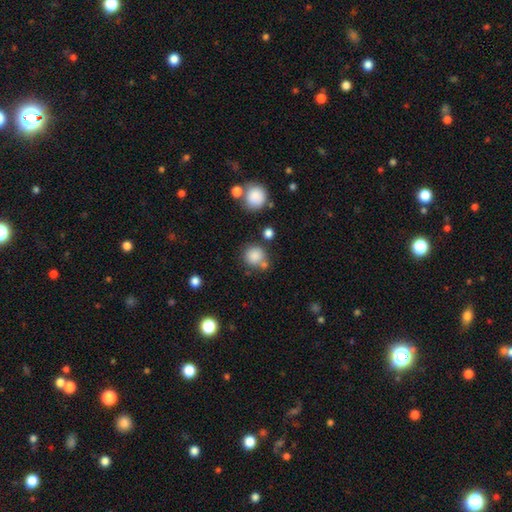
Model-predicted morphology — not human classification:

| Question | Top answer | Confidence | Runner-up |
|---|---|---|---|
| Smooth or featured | smooth | 84% | star or artifact (11%) |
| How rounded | round | 89% | in between (10%) |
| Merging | none | 67% | merger (15%) |